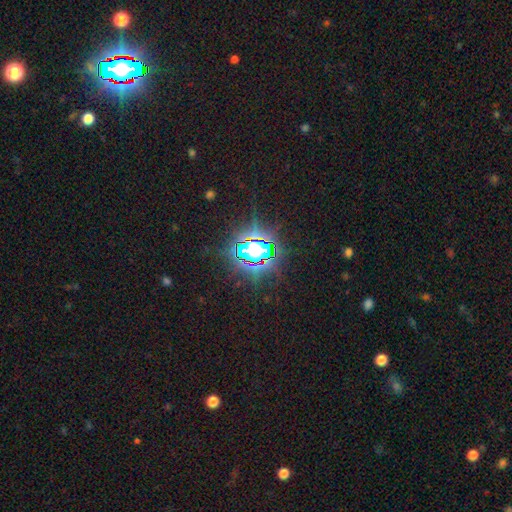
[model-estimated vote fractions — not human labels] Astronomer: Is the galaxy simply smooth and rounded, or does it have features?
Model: star or artifact — 85%.